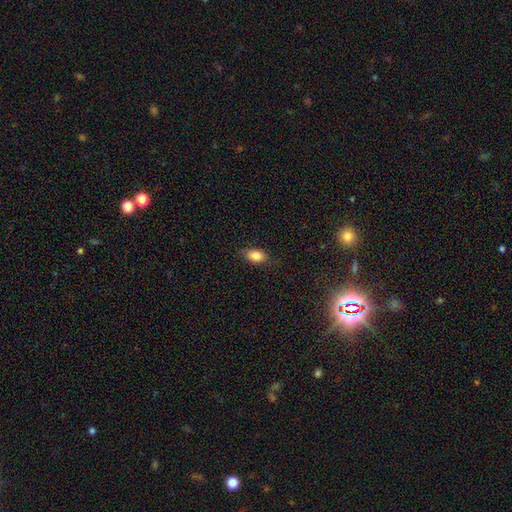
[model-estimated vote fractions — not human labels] smooth 83%, star or artifact 8%, featured or disk 8%. Down the decision tree: how rounded — in between (85%); merging — none (81%).